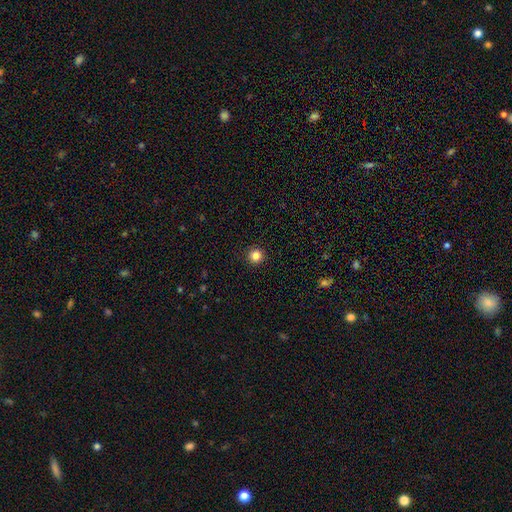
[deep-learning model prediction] A smooth galaxy with no disk features (84%) that is round (96%). Merging: none (93%).